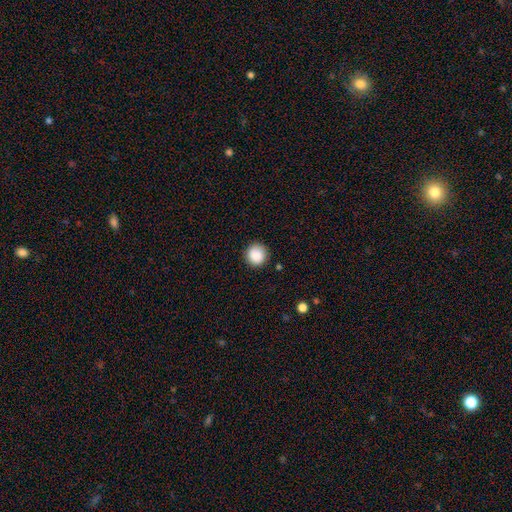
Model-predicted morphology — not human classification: type=smooth (88%); roundness=round (94%); merging=none (89%).